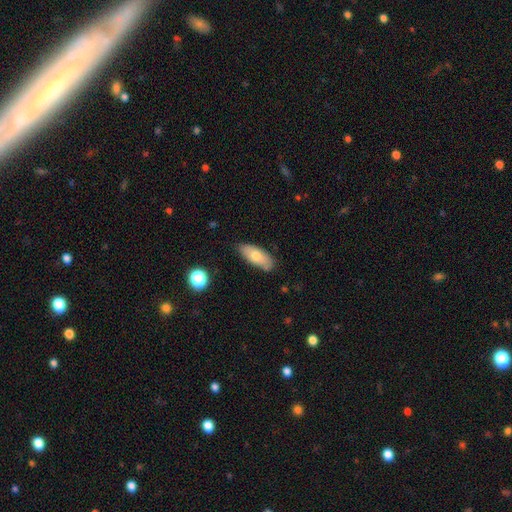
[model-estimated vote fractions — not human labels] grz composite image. It shows a smooth galaxy with no disk features (69%) that is in between round and cigar-shaped (82%). Merging: none (79%).